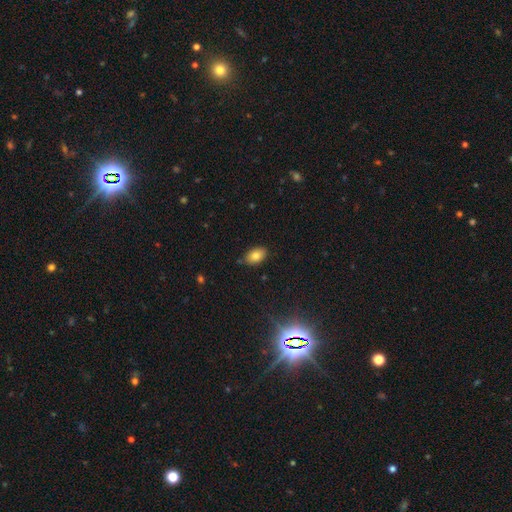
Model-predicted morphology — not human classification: A smooth galaxy with no disk features (80%) that is in between round and cigar-shaped (89%).

Vote fractions:
- Smooth or featured? smooth: 80% / star or artifact: 10% / featured or disk: 10%
- How rounded? in between: 89% / round: 9% / cigar-shaped: 1%
- Merging? none: 83% / minor disturbance: 13% / major disturbance: 2% / merger: 2%